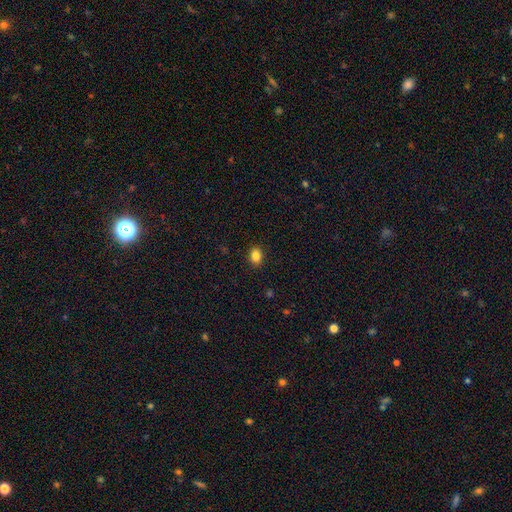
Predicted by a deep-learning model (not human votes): This is clearly a smooth galaxy (85%). How rounded: possibly in between (58%). Merging: clearly none (90%).